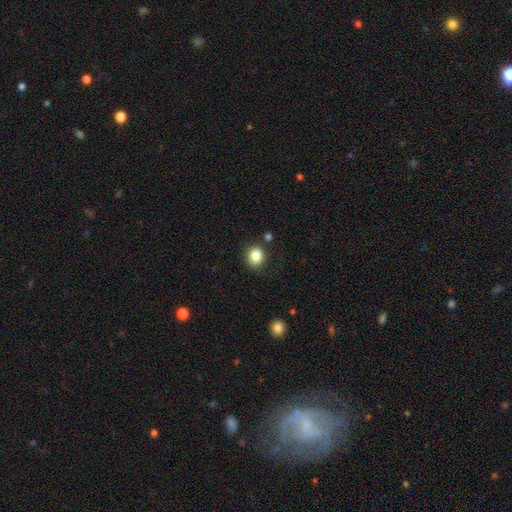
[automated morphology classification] Smooth or featured? smooth (85%)
How rounded? round (65%)
Merging? none (82%)